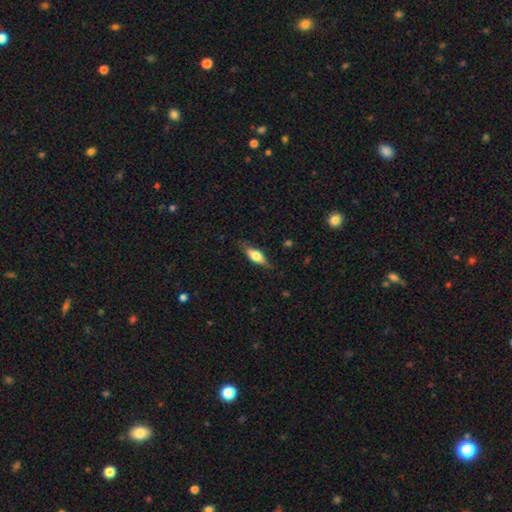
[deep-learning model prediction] Smooth or featured?
  - smooth: 53% *
  - featured or disk: 40%
  - star or artifact: 7%
How rounded?
  - in between: 63% *
  - cigar-shaped: 33%
  - round: 4%
Merging?
  - none: 78% *
  - minor disturbance: 17%
  - major disturbance: 4%
  - merger: 1%